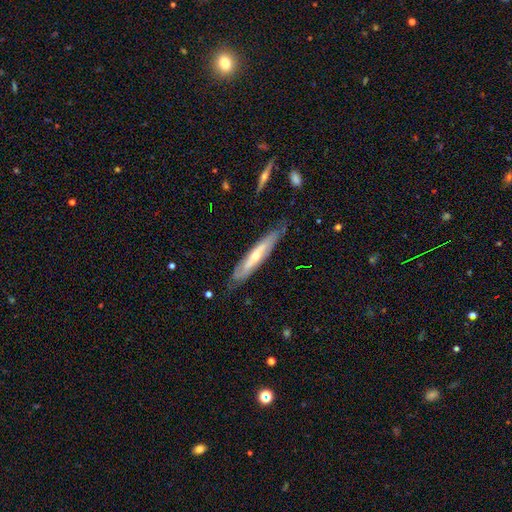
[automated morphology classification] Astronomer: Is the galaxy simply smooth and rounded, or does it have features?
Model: featured or disk — 63%.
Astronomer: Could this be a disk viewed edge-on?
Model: yes — 66%.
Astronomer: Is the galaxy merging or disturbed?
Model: none — 77%.